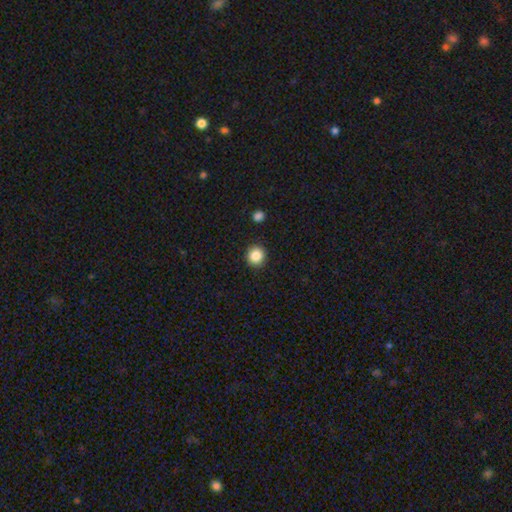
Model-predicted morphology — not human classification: This is clearly a smooth galaxy (87%). How rounded: clearly round (91%). Merging: clearly none (91%).